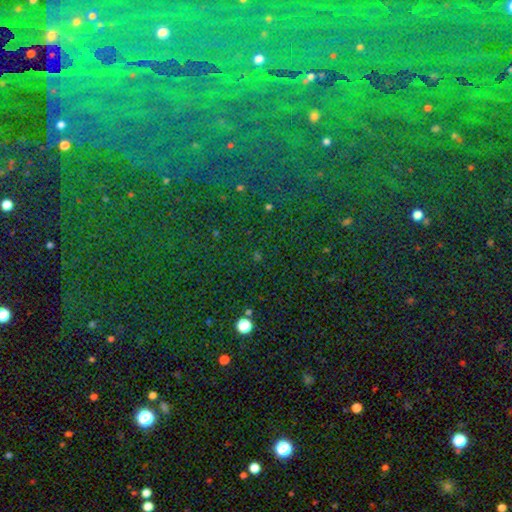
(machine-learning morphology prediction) Smooth or featured? Predicted: star or artifact (p=0.73).